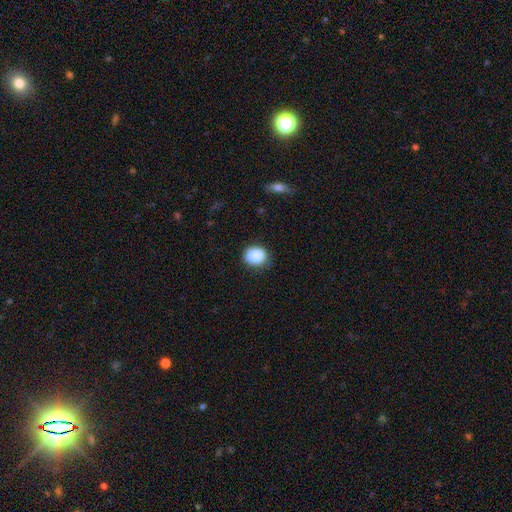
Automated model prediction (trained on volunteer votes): This is clearly a smooth galaxy (82%). How rounded: possibly round (60%). Merging: likely none (62%).